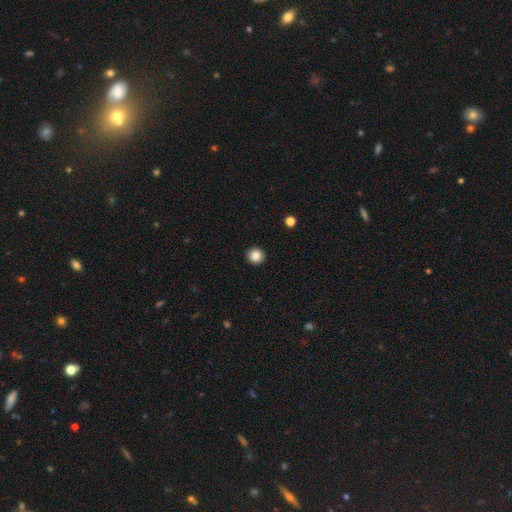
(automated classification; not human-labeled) This is clearly a smooth galaxy (85%). How rounded: clearly round (94%). Merging: clearly none (94%).